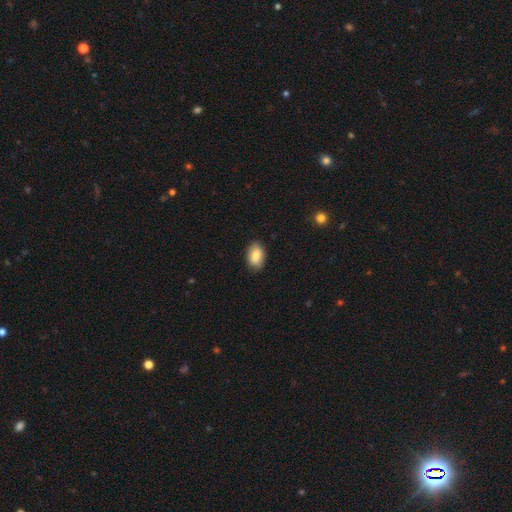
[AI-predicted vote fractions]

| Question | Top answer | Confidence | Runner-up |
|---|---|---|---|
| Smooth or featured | smooth | 84% | featured or disk (9%) |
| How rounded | in between | 91% | round (7%) |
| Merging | none | 84% | minor disturbance (12%) |